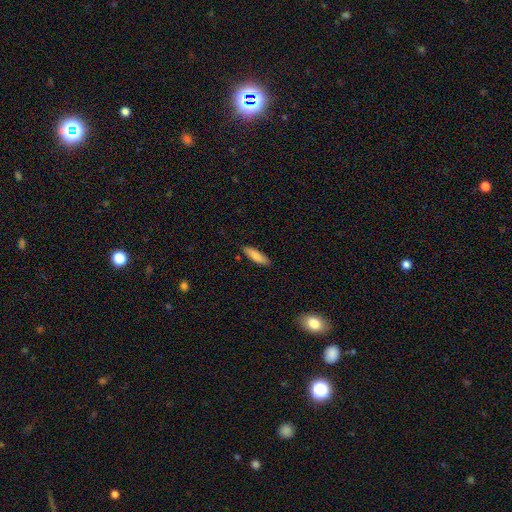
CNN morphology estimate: A smooth galaxy with no disk features (84%) that is cigar-shaped (61%).

Vote fractions:
- Smooth or featured? smooth: 84% / featured or disk: 10% / star or artifact: 6%
- How rounded? cigar-shaped: 61% / in between: 37% / round: 1%
- Merging? none: 85% / minor disturbance: 12% / major disturbance: 2% / merger: 2%